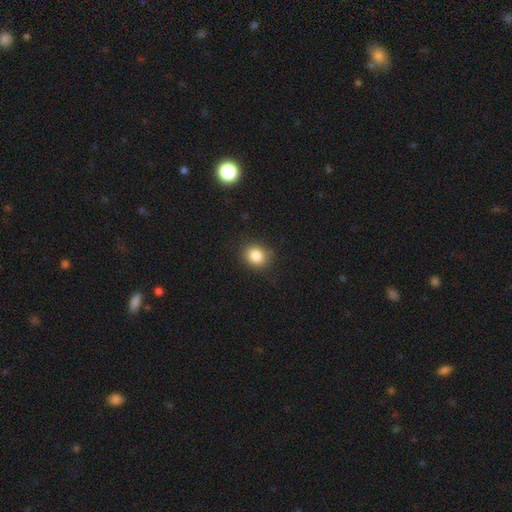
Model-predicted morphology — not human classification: The model was most divided on "how rounded": round: 70%, in between: 29%, cigar-shaped: 1%. More confident: merging — none (85%); smooth or featured — smooth (85%).